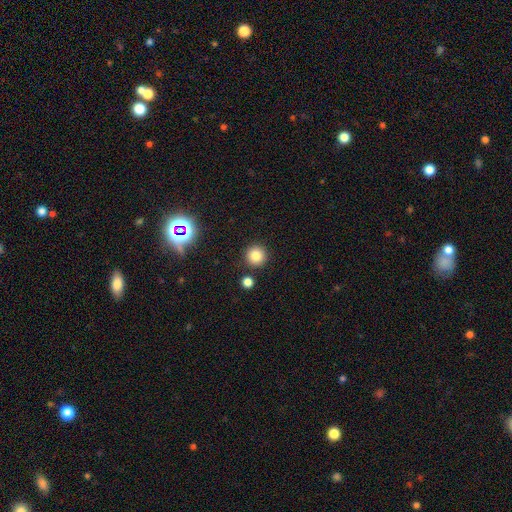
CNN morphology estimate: smooth-or-featured: smooth: 81% | star or artifact: 13% | featured or disk: 7%
  how-rounded: round: 95% | in between: 4% | cigar-shaped: 1%
  merging: none: 88% | minor disturbance: 6% | merger: 4% | major disturbance: 2%